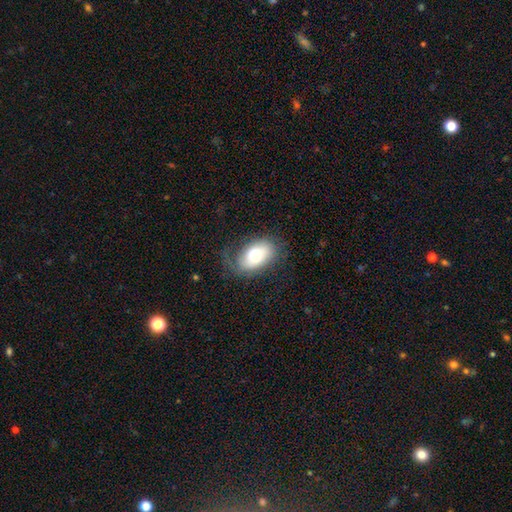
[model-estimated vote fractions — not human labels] smooth-or-featured: smooth: 64% | featured or disk: 29% | star or artifact: 8%
  how-rounded: in between: 90% | round: 8% | cigar-shaped: 2%
  merging: none: 63% | minor disturbance: 23% | major disturbance: 13% | merger: 1%